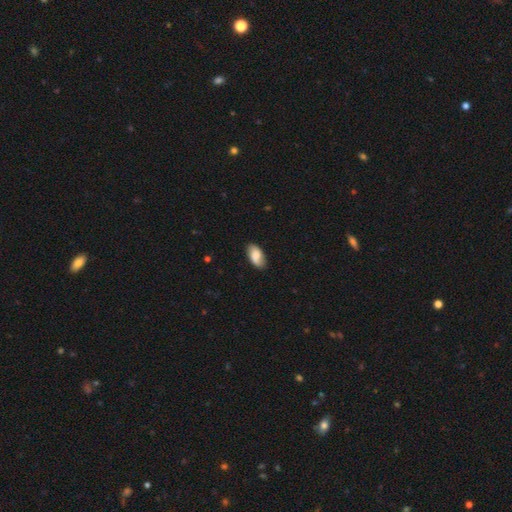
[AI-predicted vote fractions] A smooth galaxy with no disk features (74%) that is in between round and cigar-shaped (93%).

Vote fractions:
- Smooth or featured? smooth: 74% / featured or disk: 19% / star or artifact: 7%
- How rounded? in between: 93% / cigar-shaped: 4% / round: 3%
- Merging? none: 81% / minor disturbance: 15% / major disturbance: 3% / merger: 1%